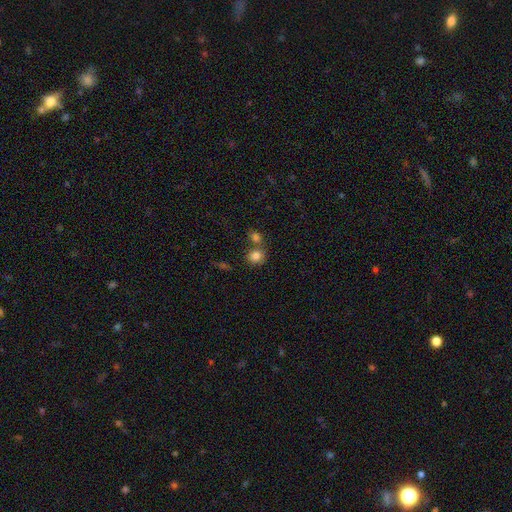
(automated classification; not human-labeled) The model was most divided on "merging": none: 56%, merger: 30%, minor disturbance: 10%, major disturbance: 4%. More confident: smooth or featured — smooth (83%); how rounded — round (78%).